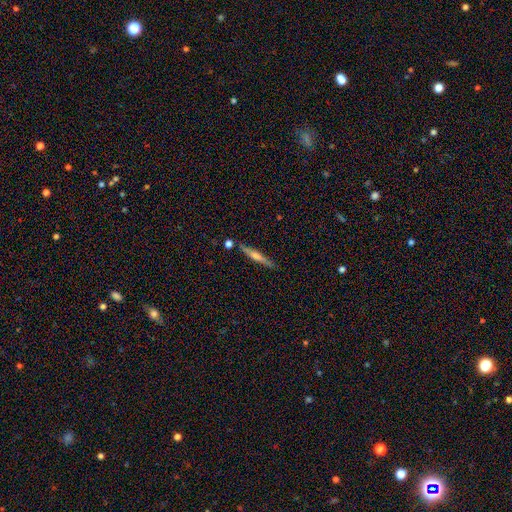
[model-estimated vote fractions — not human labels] smooth-or-featured: featured or disk: 69% | smooth: 24% | star or artifact: 7%
  disk-edge-on: yes: 97% | no: 3%
    edge-on-bulge: rounded: 80% | none: 11% | boxy: 9%
  merging: none: 87% | minor disturbance: 8% | merger: 3% | major disturbance: 2%